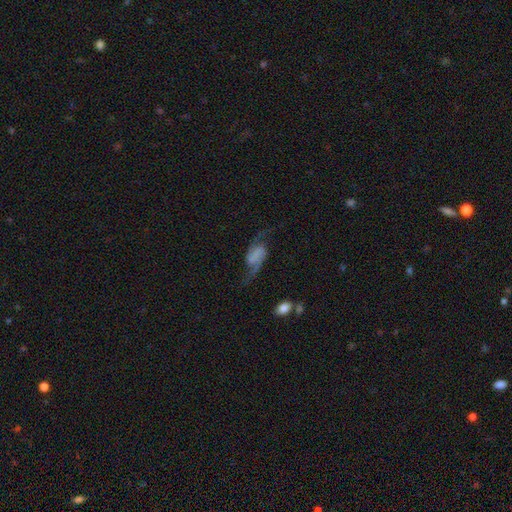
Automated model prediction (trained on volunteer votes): Smooth or featured: featured or disk — 81% (smooth — 11%)
Edge-on disk: no — 96% (yes — 4%)
Bar: weak — 38% (no — 36%)
Spiral arms: yes — 96% (no — 4%)
Spiral winding: loose — 67% (medium — 27%)
Spiral arm count: 2 — 93% (1 — 2%)
Bulge size: none — 66% (small — 16%)
Merging: none — 67% (minor disturbance — 16%)